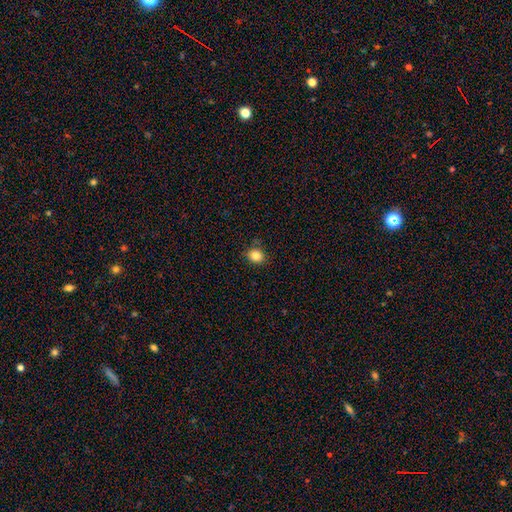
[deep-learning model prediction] Smooth or featured?
  - smooth: 84% *
  - star or artifact: 11%
  - featured or disk: 5%
How rounded?
  - round: 69% *
  - in between: 30%
  - cigar-shaped: 1%
Merging?
  - none: 84% *
  - minor disturbance: 11%
  - major disturbance: 3%
  - merger: 2%